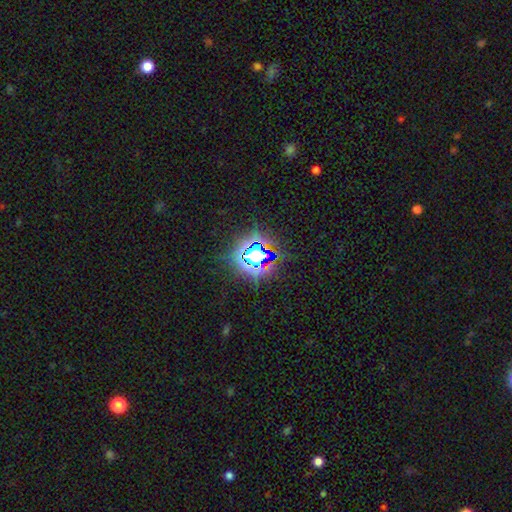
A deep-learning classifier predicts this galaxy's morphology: type=star or artifact (72%).